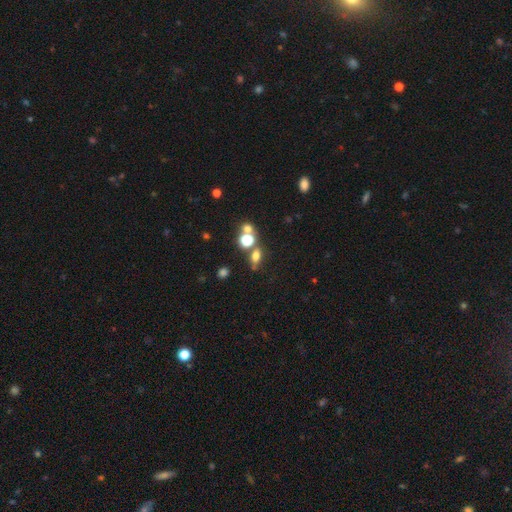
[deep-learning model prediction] Morphology: type=smooth (65%); roundness=in between (62%); merging=none (60%).